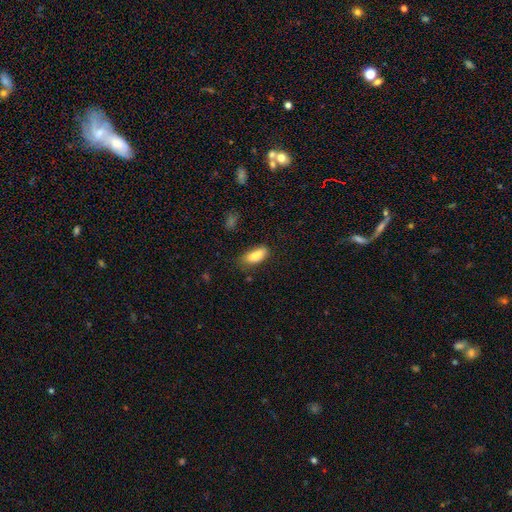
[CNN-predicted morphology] A smooth galaxy with no disk features (79%) that is in between round and cigar-shaped (81%).

Vote fractions:
- Smooth or featured? smooth: 79% / featured or disk: 13% / star or artifact: 9%
- How rounded? in between: 81% / cigar-shaped: 15% / round: 4%
- Merging? none: 50% / minor disturbance: 24% / merger: 18% / major disturbance: 8%